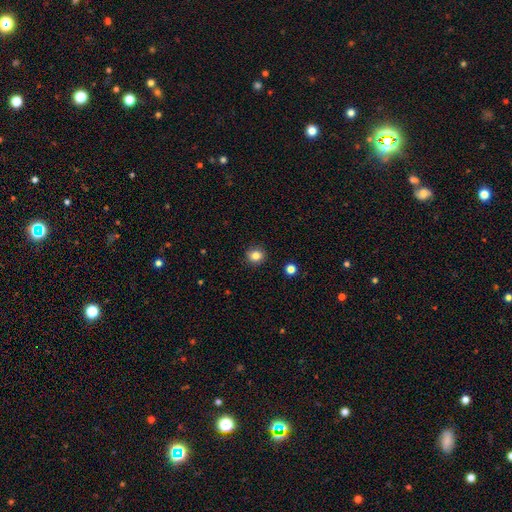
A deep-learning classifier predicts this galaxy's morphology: smooth 83%, star or artifact 11%, featured or disk 6%. Down the decision tree: how rounded — round (86%); merging — none (90%).